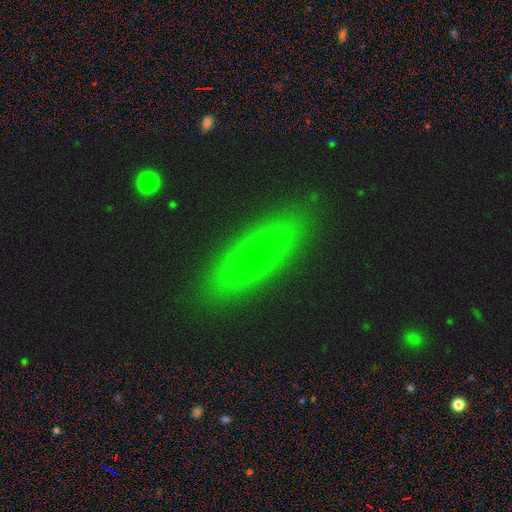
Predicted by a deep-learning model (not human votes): Morphology: type=smooth (55%); roundness=cigar-shaped (55%); merging=none (87%).